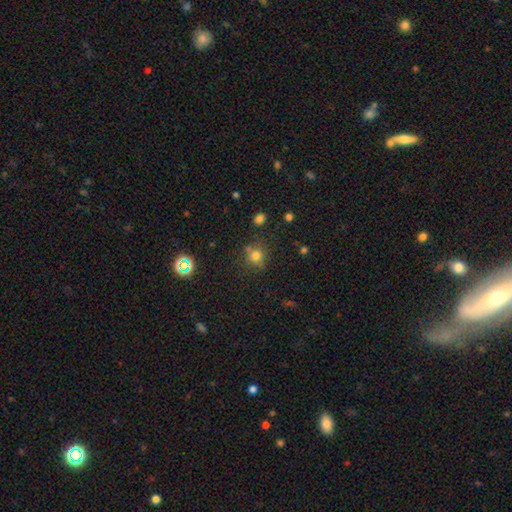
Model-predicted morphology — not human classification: Smooth or featured?
  - smooth: 74% *
  - star or artifact: 18%
  - featured or disk: 8%
How rounded?
  - round: 86% *
  - in between: 13%
  - cigar-shaped: 1%
Merging?
  - none: 72% *
  - minor disturbance: 14%
  - merger: 9%
  - major disturbance: 5%